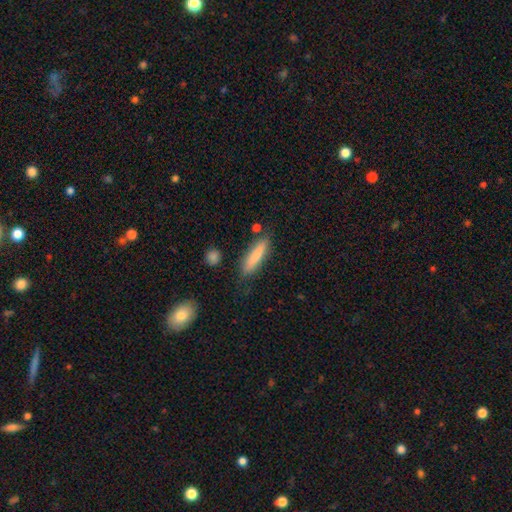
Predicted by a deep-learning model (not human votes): Q: Smooth or featured?
A: smooth (81%); runner-up: featured or disk (12%)
Q: How rounded?
A: cigar-shaped (78%); runner-up: in between (20%)
Q: Merging?
A: none (80%); runner-up: minor disturbance (14%)